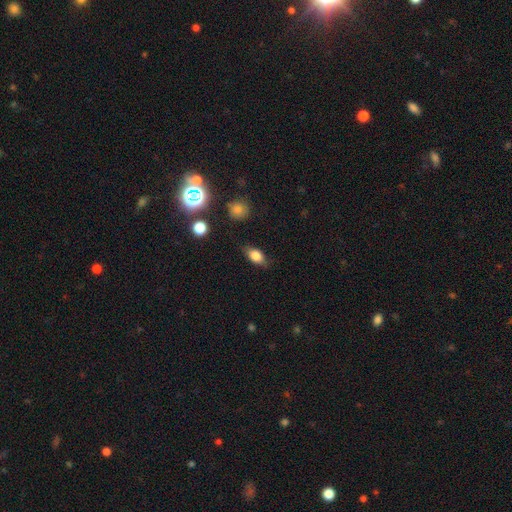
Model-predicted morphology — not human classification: smooth_or_featured: smooth (p=0.77) [alt: featured or disk p=0.13]
how_rounded: in between (p=0.83) [alt: round p=0.10]
merging: none (p=0.80) [alt: minor disturbance p=0.15]